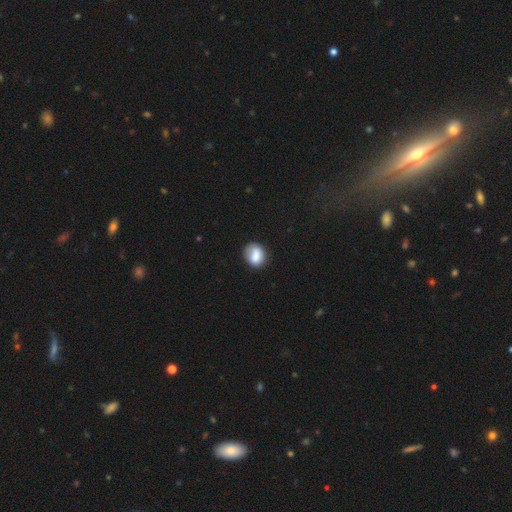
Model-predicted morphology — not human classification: smooth 78%, featured or disk 13%, star or artifact 8%. Down the decision tree: how rounded — round (56%); merging — none (63%).